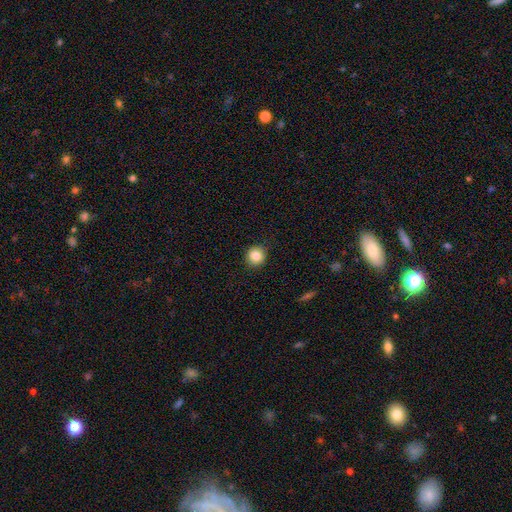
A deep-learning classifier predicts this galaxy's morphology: This appears to be a smooth galaxy with no disk features (85%) that is round (89%). Merging: none (89%).